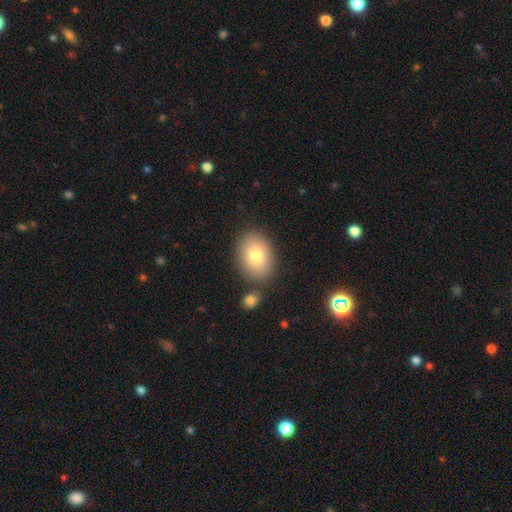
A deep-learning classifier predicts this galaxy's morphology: The model was most divided on "how rounded": in between: 74%, round: 25%, cigar-shaped: 1%. More confident: smooth or featured — smooth (80%); merging — none (79%).